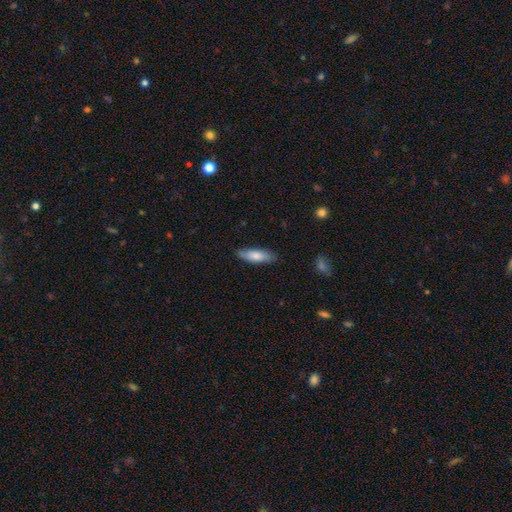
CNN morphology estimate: Smooth or featured? smooth (74%)
How rounded? in between (55%)
Merging? none (78%)